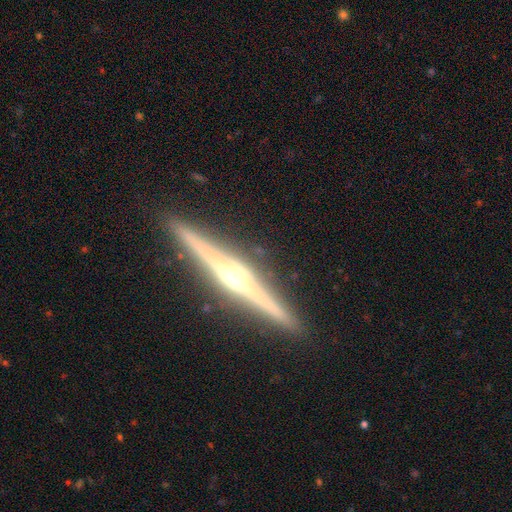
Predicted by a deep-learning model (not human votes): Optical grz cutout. It shows a featured or disk galaxy (89%) viewed edge-on (99%) with a rounded central bulge (90%). Merging: none (92%).